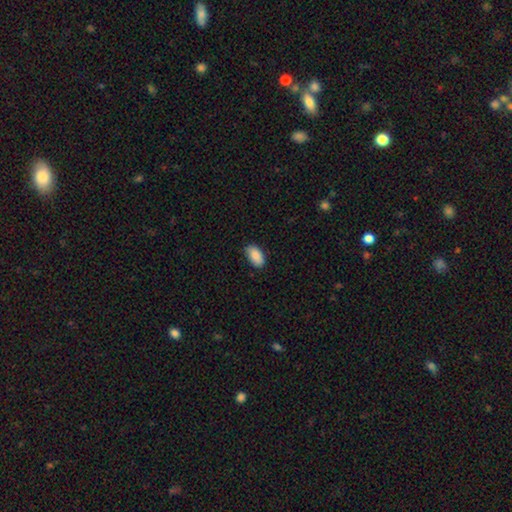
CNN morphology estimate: Q: Smooth or featured?
A: smooth (89%); runner-up: star or artifact (7%)
Q: How rounded?
A: in between (94%); runner-up: round (4%)
Q: Merging?
A: none (80%); runner-up: minor disturbance (16%)